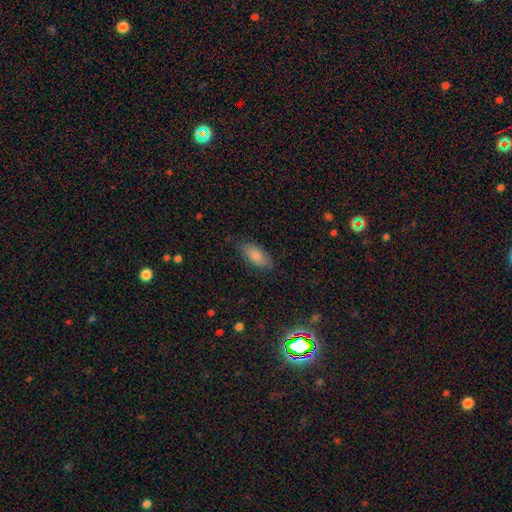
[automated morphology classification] Smooth or featured? smooth (82%)
How rounded? in between (87%)
Merging? none (77%)